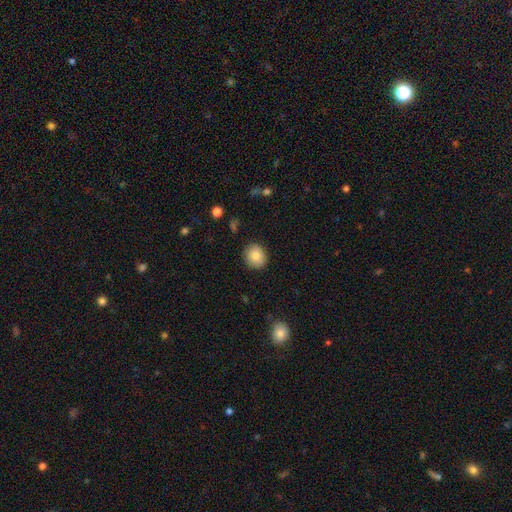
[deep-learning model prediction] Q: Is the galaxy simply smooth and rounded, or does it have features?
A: smooth — 85%.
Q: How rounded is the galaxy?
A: round — 78%.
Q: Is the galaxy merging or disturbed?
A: none — 88%.